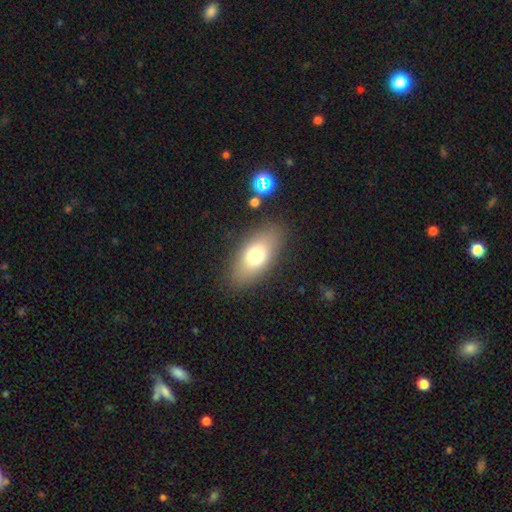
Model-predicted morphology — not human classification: Overall: smooth (72%). How rounded: in between (87%). Merging: none (84%).